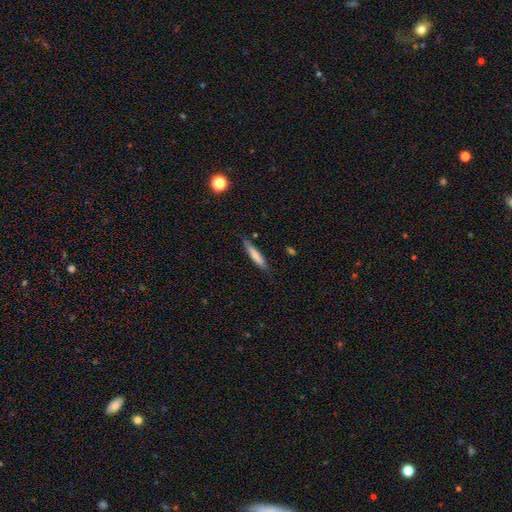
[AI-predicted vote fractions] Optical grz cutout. It shows a smooth galaxy with no disk features (70%) that is cigar-shaped (90%). Merging: none (81%).